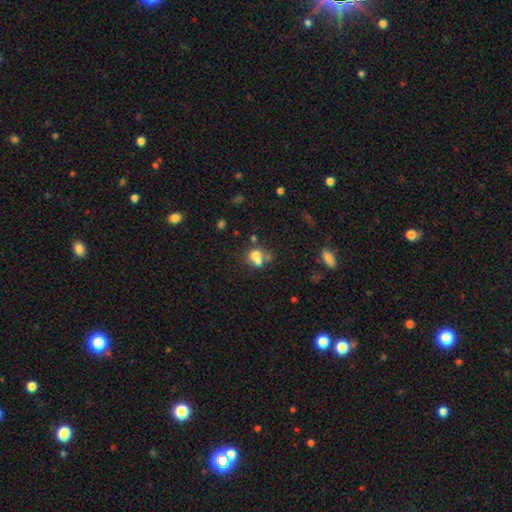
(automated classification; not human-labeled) Q: Smooth or featured?
A: smooth (66%); runner-up: featured or disk (21%)
Q: How rounded?
A: round (69%); runner-up: in between (30%)
Q: Merging?
A: merger (55%); runner-up: none (31%)